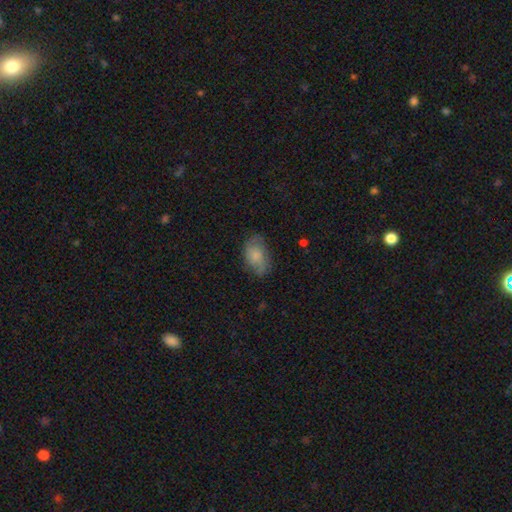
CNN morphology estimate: The model was most divided on "smooth or featured": smooth: 66%, featured or disk: 26%, star or artifact: 8%. More confident: how rounded — in between (89%); merging — none (65%).